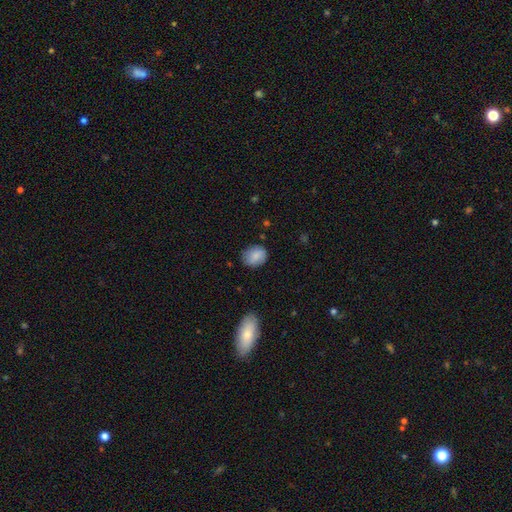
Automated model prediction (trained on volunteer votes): smooth_or_featured: smooth (p=0.84) [alt: featured or disk p=0.08]
how_rounded: round (p=0.53) [alt: in between p=0.46]
merging: none (p=0.77) [alt: minor disturbance p=0.18]